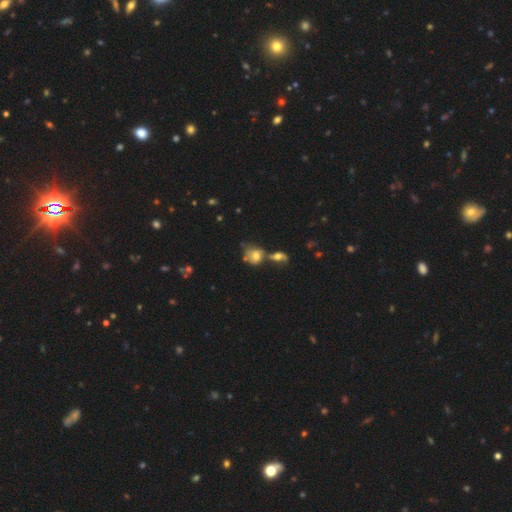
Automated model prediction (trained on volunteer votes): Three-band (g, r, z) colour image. It shows a smooth galaxy with no disk features (64%) that is round (60%). Merging: merger (56%).